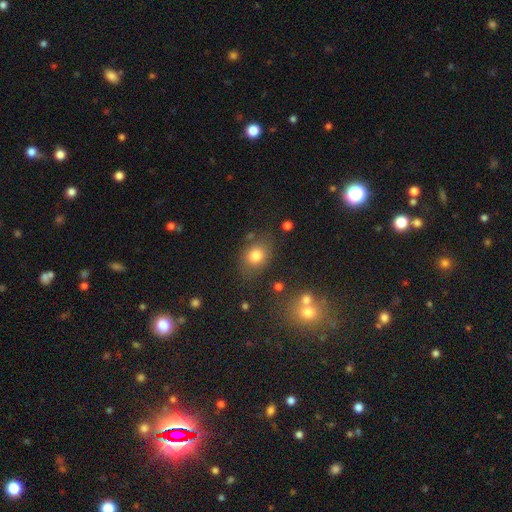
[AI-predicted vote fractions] This appears to be a smooth galaxy with no disk features (79%) that is in between round and cigar-shaped (55%). Merging: none (72%).